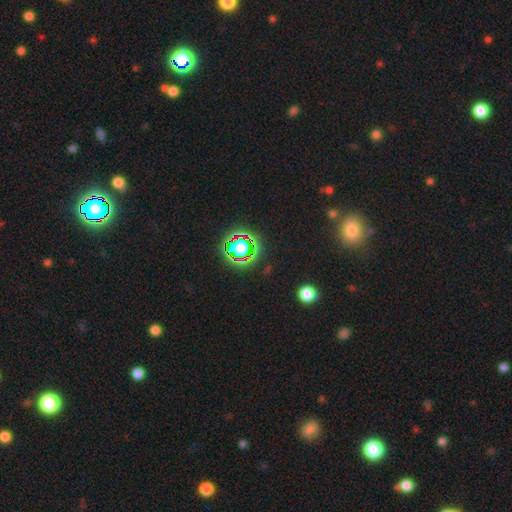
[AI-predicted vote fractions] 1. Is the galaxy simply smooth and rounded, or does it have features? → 63% star or artifact, 30% smooth, 8% featured or disk.